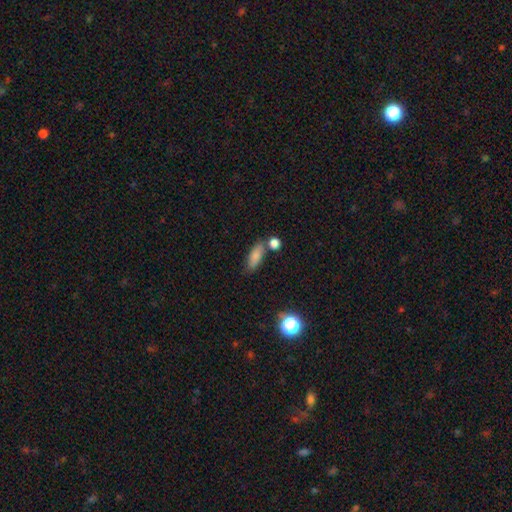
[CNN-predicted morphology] type=smooth (81%); roundness=in between (73%); merging=none (64%).